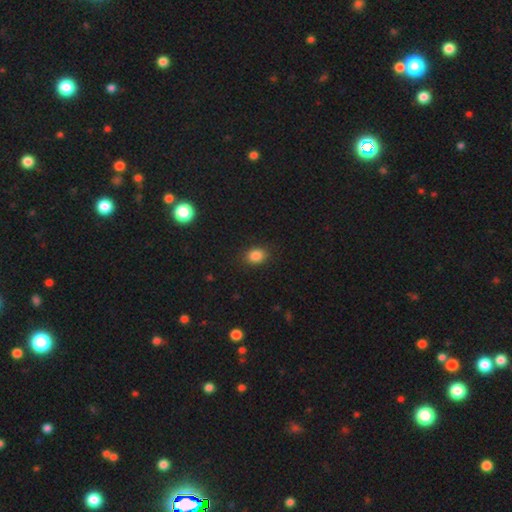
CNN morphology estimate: Smooth or featured: smooth — 85% (star or artifact — 11%)
How rounded: in between — 52% (round — 47%)
Merging: none — 87% (minor disturbance — 9%)